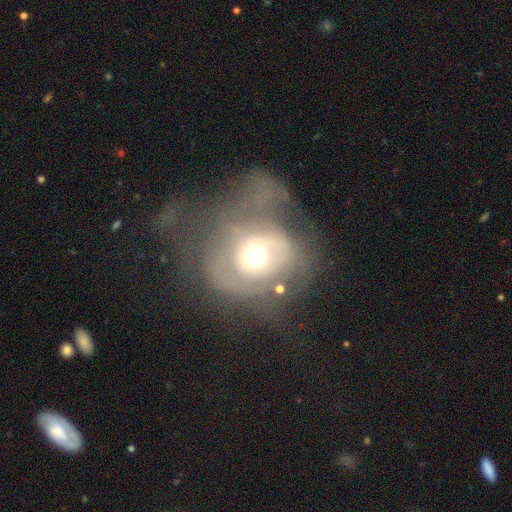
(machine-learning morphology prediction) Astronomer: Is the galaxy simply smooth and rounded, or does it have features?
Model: featured or disk — 58% (runner-up: smooth, 33%).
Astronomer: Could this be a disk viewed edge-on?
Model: no — 96%.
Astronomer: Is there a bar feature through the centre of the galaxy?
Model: no — 83%.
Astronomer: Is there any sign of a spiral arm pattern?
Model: no — 54% (runner-up: yes, 46%).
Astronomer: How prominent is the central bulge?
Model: moderate — 64%.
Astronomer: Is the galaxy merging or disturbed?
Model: major disturbance — 54%.